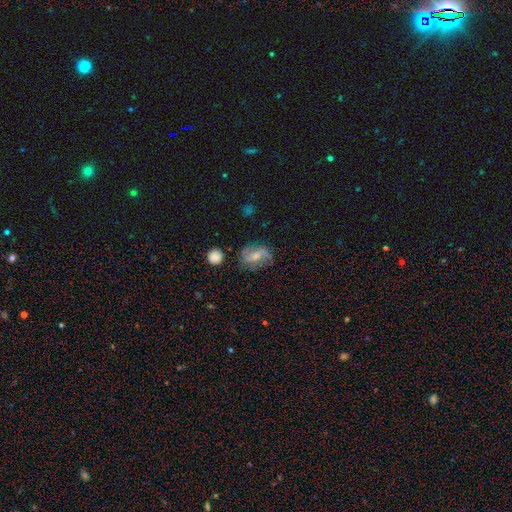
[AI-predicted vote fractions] Morphology: type=featured or disk (62%); edge-on=no (96%); bar=weak (47%); spiral arms=yes (88%); winding=loose (42%); arm count=2 (72%); bulge=moderate (46%); merging=none (65%).